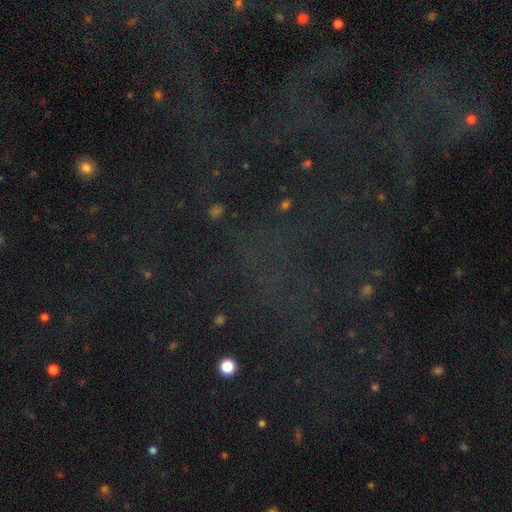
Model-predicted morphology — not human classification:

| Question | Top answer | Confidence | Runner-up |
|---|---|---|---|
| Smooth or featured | star or artifact | 76% | smooth (13%) |